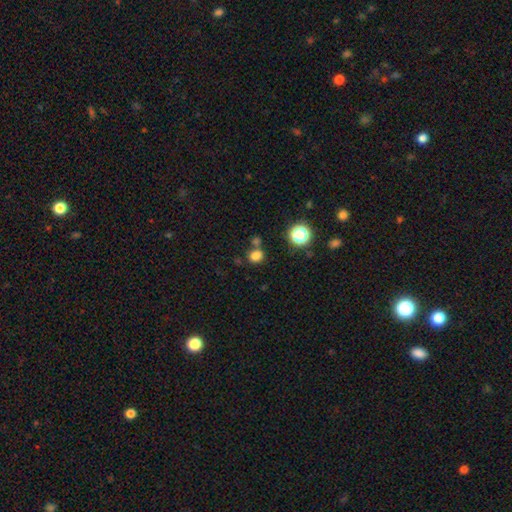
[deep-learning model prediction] Smooth or featured? smooth (77%)
How rounded? round (63%)
Merging? none (65%)